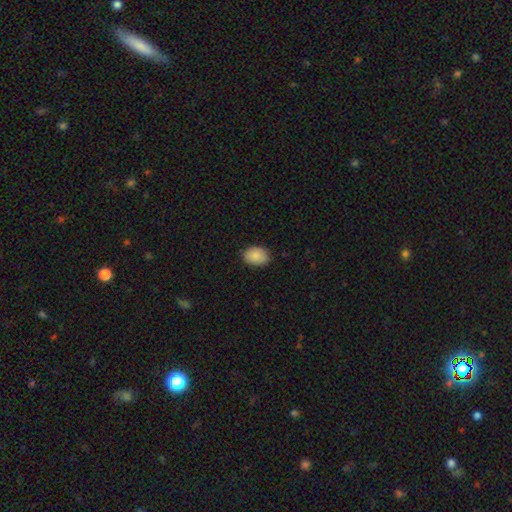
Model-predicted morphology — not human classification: type=smooth (88%); roundness=in between (74%); merging=none (87%).